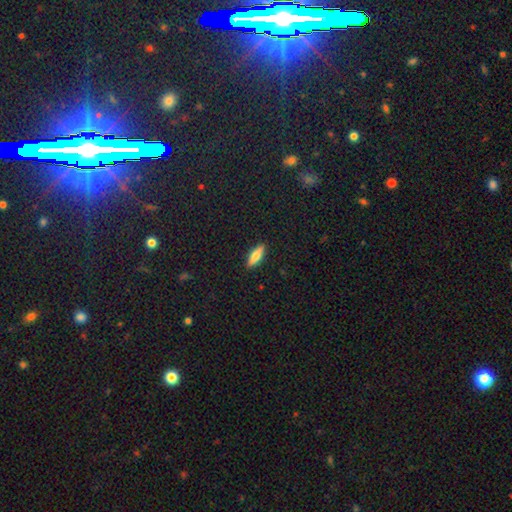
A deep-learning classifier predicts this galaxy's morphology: The model was most divided on "how rounded": cigar-shaped: 58%, in between: 40%, round: 3%. More confident: merging — none (90%); smooth or featured — smooth (65%).